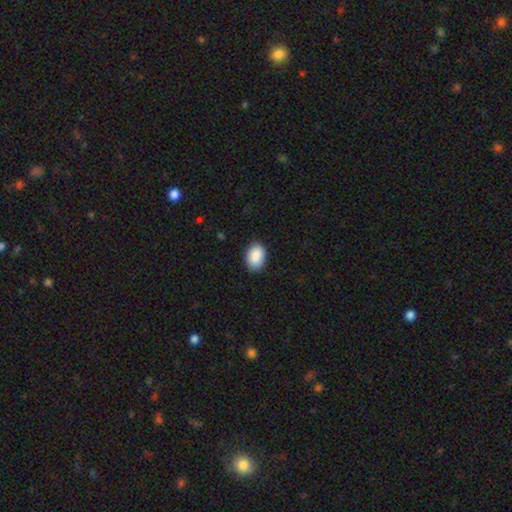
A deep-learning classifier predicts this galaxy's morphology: A smooth galaxy with no disk features (90%) that is in between round and cigar-shaped (87%).

Vote fractions:
- Smooth or featured? smooth: 90% / star or artifact: 6% / featured or disk: 4%
- How rounded? in between: 87% / round: 12% / cigar-shaped: 1%
- Merging? none: 88% / minor disturbance: 9% / major disturbance: 2% / merger: 1%